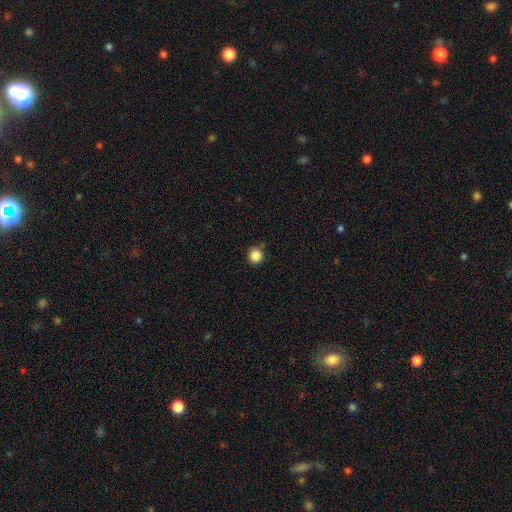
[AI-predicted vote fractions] This is clearly a smooth galaxy (86%). How rounded: clearly round (94%). Merging: clearly none (83%).